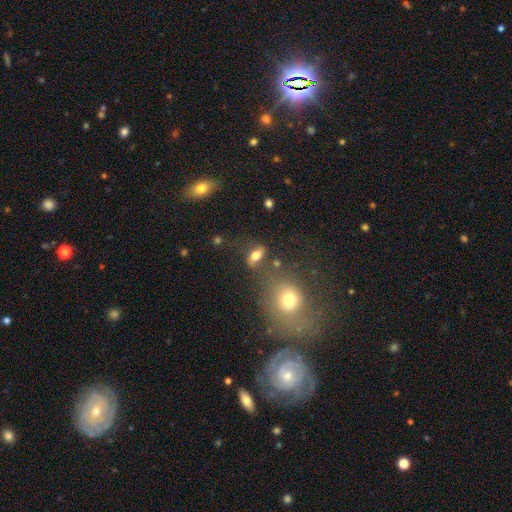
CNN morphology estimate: Smooth or featured?
  - smooth: 68% *
  - featured or disk: 20%
  - star or artifact: 12%
How rounded?
  - in between: 79% *
  - round: 14%
  - cigar-shaped: 7%
Merging?
  - none: 62% *
  - minor disturbance: 18%
  - merger: 11%
  - major disturbance: 9%